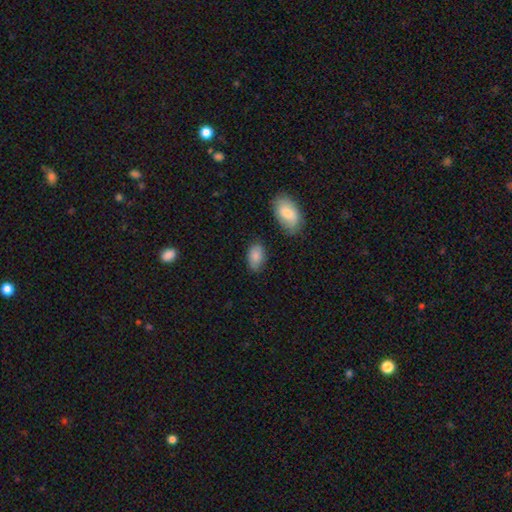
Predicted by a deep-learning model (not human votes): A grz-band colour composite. It shows a smooth galaxy with no disk features (83%) that is in between round and cigar-shaped (91%). Merging: none (72%).